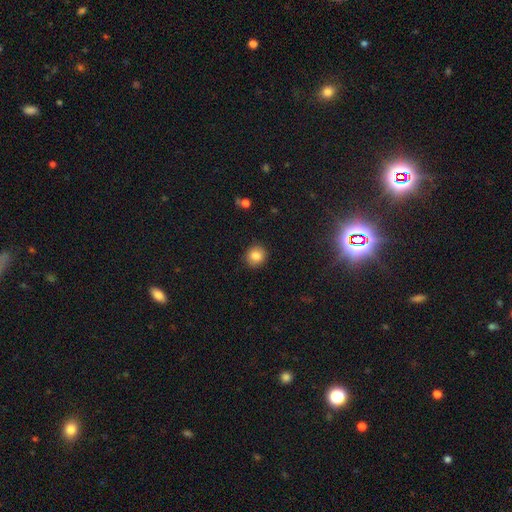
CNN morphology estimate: Smooth or featured? smooth (84%)
How rounded? round (87%)
Merging? none (89%)